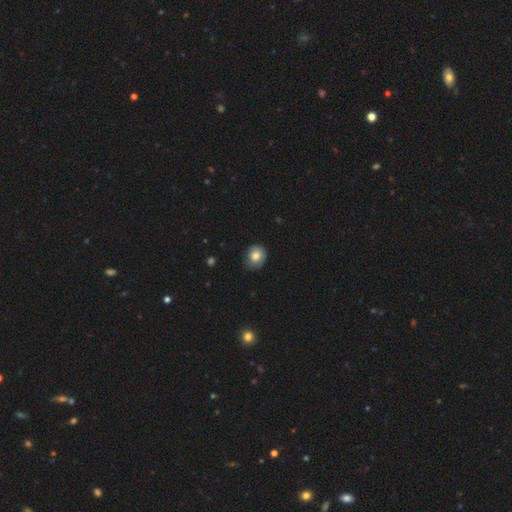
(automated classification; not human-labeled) Smooth or featured?
  - smooth: 80% *
  - featured or disk: 11%
  - star or artifact: 9%
How rounded?
  - round: 72% *
  - in between: 27%
  - cigar-shaped: 1%
Merging?
  - none: 77% *
  - minor disturbance: 19%
  - major disturbance: 3%
  - merger: 1%